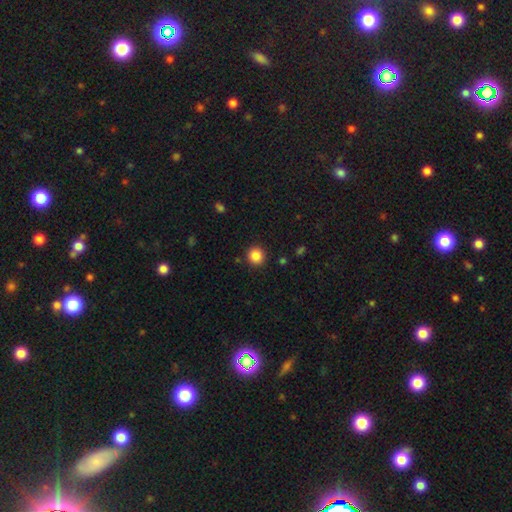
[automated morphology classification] A smooth galaxy with no disk features (86%) that is round (92%).

Vote fractions:
- Smooth or featured? smooth: 86% / star or artifact: 10% / featured or disk: 4%
- How rounded? round: 92% / in between: 7% / cigar-shaped: 1%
- Merging? none: 91% / minor disturbance: 6% / major disturbance: 2% / merger: 1%